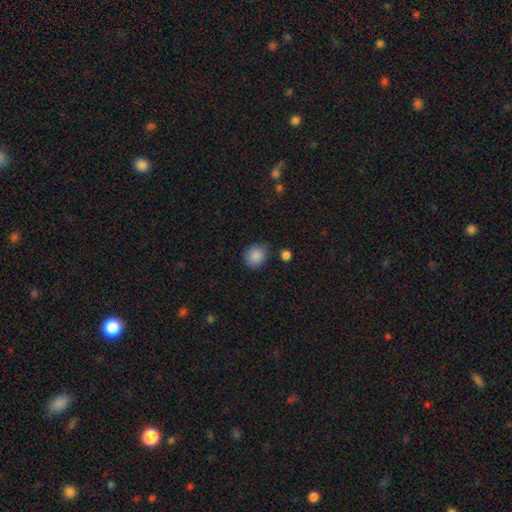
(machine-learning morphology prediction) This is clearly a smooth galaxy (88%). How rounded: likely round (68%). Merging: likely none (75%).